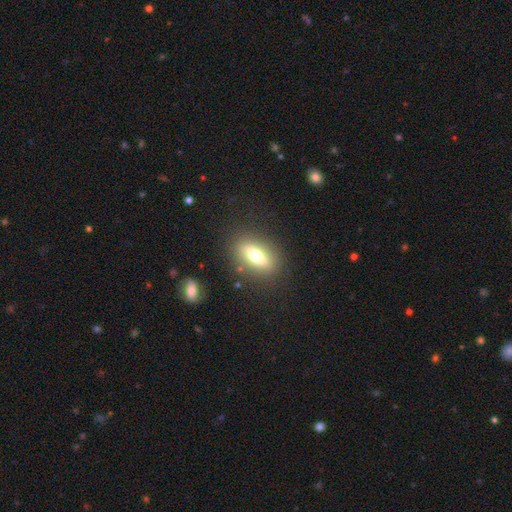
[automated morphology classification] A smooth galaxy with no disk features (63%) that is in between round and cigar-shaped (75%).

Vote fractions:
- Smooth or featured? smooth: 63% / featured or disk: 28% / star or artifact: 9%
- How rounded? in between: 75% / cigar-shaped: 17% / round: 8%
- Merging? none: 83% / minor disturbance: 10% / major disturbance: 4% / merger: 2%